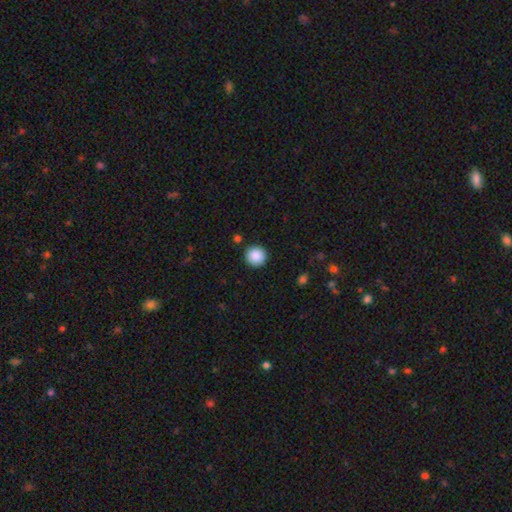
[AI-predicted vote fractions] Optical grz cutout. It shows a smooth galaxy with no disk features (88%) that is round (94%). Merging: none (91%).